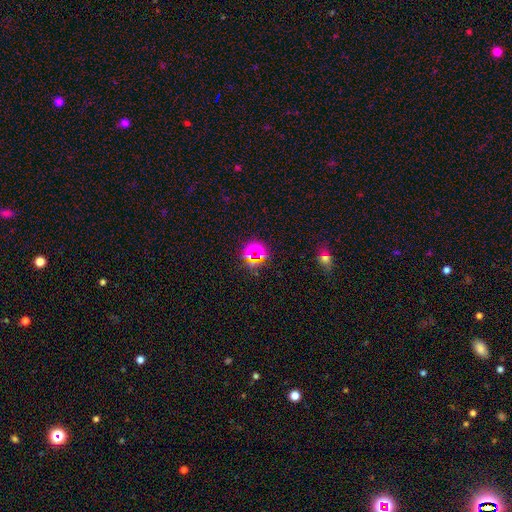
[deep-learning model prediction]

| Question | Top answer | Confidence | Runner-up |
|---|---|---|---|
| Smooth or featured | star or artifact | 60% | smooth (30%) |